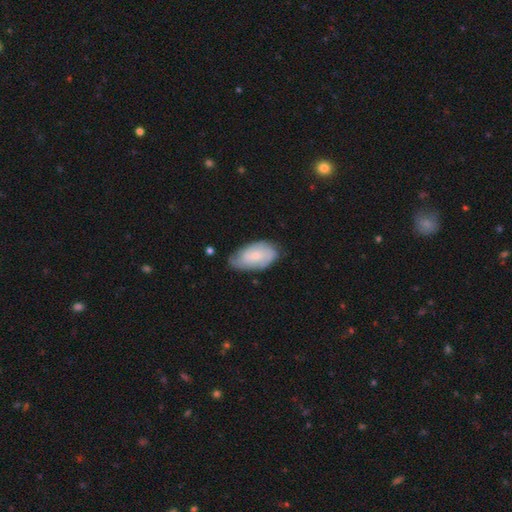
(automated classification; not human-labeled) Smooth or featured?
  - featured or disk: 48% *
  - smooth: 46%
  - star or artifact: 6%
Merging?
  - none: 61% *
  - minor disturbance: 31%
  - major disturbance: 6%
  - merger: 2%